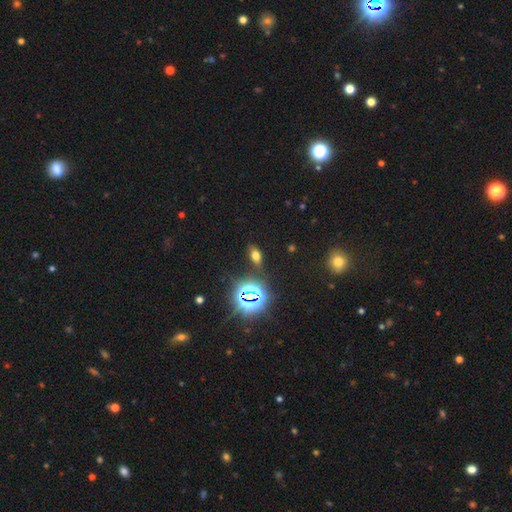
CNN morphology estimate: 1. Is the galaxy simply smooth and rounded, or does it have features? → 58% smooth, 33% star or artifact, 9% featured or disk.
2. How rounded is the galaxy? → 83% in between, 11% round, 6% cigar-shaped.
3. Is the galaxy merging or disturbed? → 84% none, 10% minor disturbance, 3% major disturbance, 3% merger.